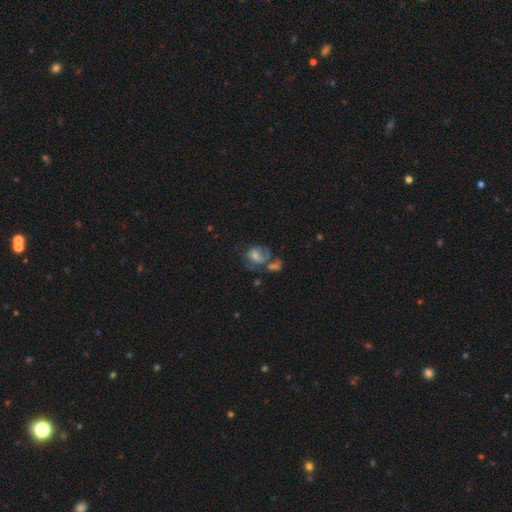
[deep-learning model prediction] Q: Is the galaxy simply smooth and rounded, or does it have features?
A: featured or disk — 50%.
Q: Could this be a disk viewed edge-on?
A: no — 97%.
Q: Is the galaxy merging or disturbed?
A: merger — 31%, tied with none.